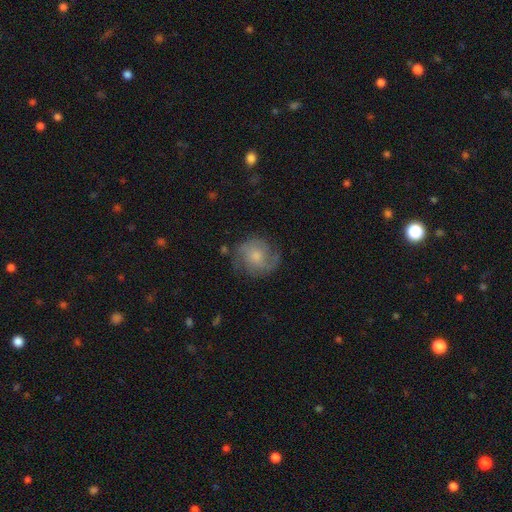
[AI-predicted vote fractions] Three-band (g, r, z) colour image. It shows a featured or disk galaxy (59%) with no bar (72%), 2 (52%) tight (42%) spiral arms (87%) and a moderate central bulge (45%). Merging: none (69%).